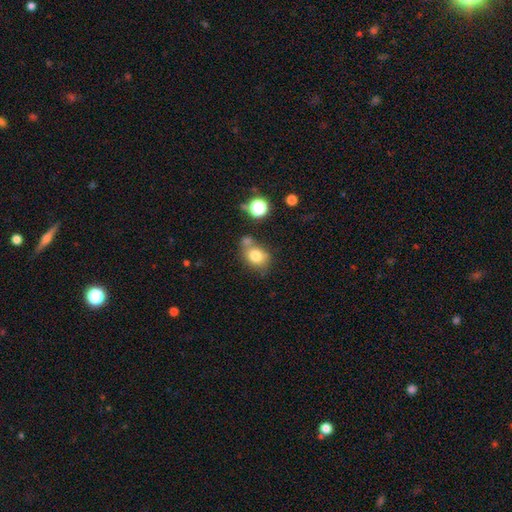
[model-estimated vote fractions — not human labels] Overall: smooth (78%). How rounded: round (50%; in between 49%). Merging: none (51%; merger 25%).